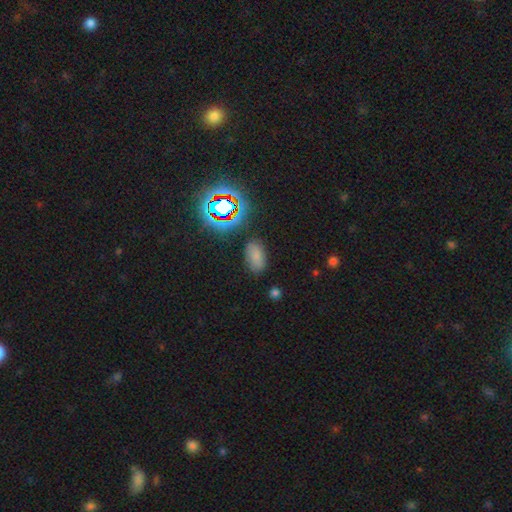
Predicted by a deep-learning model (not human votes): smooth-or-featured: smooth: 70% | star or artifact: 22% | featured or disk: 8%
  how-rounded: in between: 92% | round: 6% | cigar-shaped: 3%
  merging: none: 81% | minor disturbance: 13% | major disturbance: 4% | merger: 2%